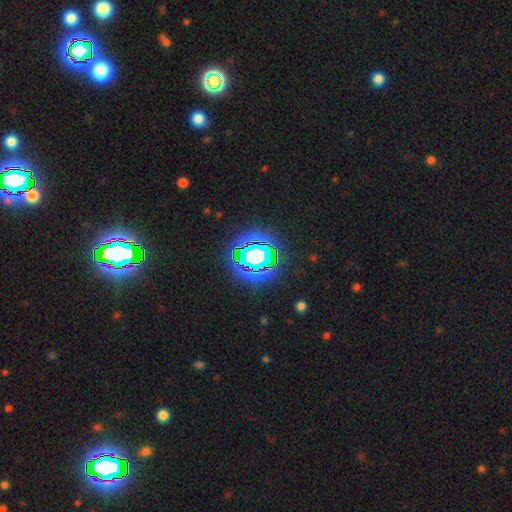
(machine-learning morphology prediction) type=star or artifact (77%).